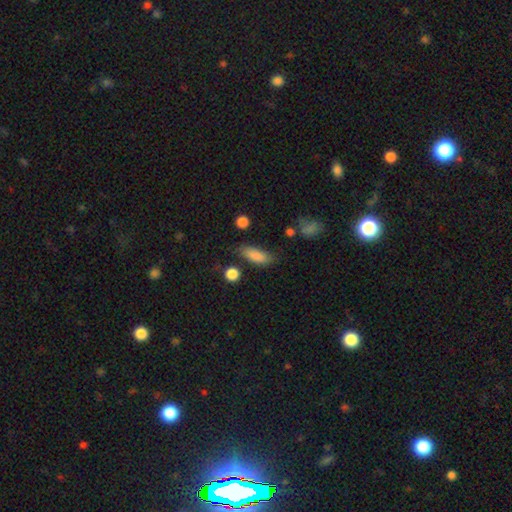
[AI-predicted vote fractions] Q: Smooth or featured?
A: smooth (85%); runner-up: star or artifact (8%)
Q: How rounded?
A: in between (68%); runner-up: cigar-shaped (28%)
Q: Merging?
A: none (73%); runner-up: minor disturbance (18%)